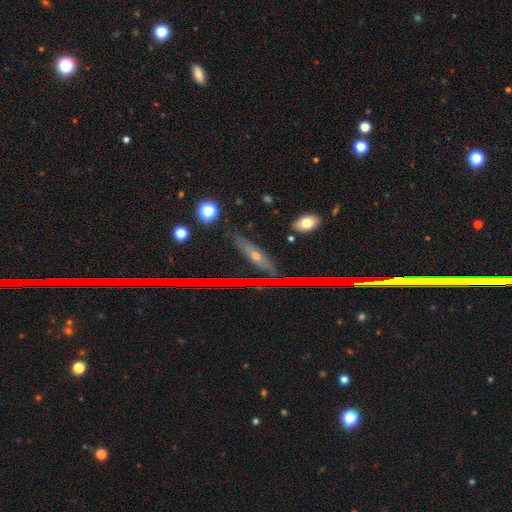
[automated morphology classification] smooth 37% (tied), featured or disk 37% (tied), star or artifact 26%. Down the decision tree: merging — none (84%).